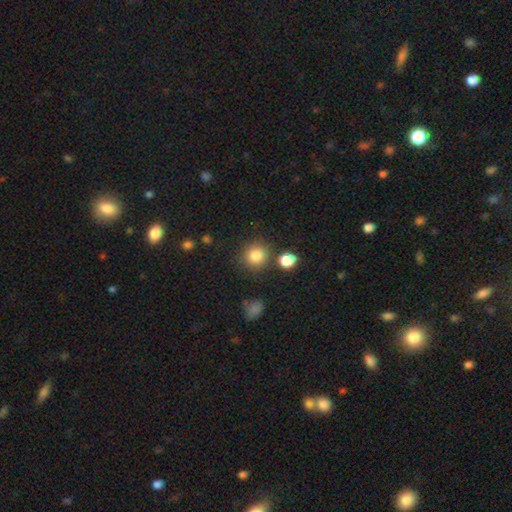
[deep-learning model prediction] smooth 84%, star or artifact 11%, featured or disk 5%. Down the decision tree: how rounded — round (88%); merging — none (80%).